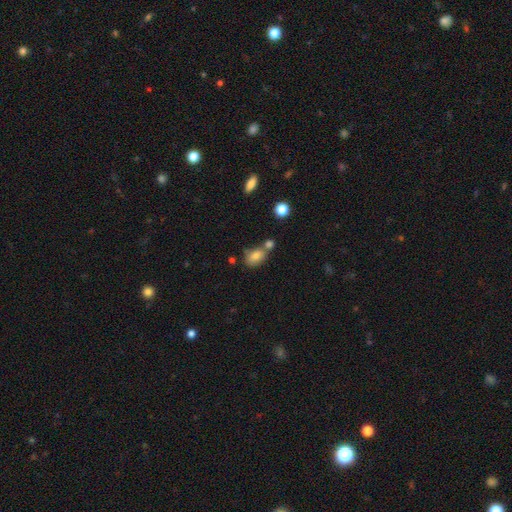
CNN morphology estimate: smooth_or_featured: smooth (p=0.80) [alt: featured or disk p=0.10]
how_rounded: in between (p=0.78) [alt: round p=0.20]
merging: none (p=0.48) [alt: merger p=0.32]